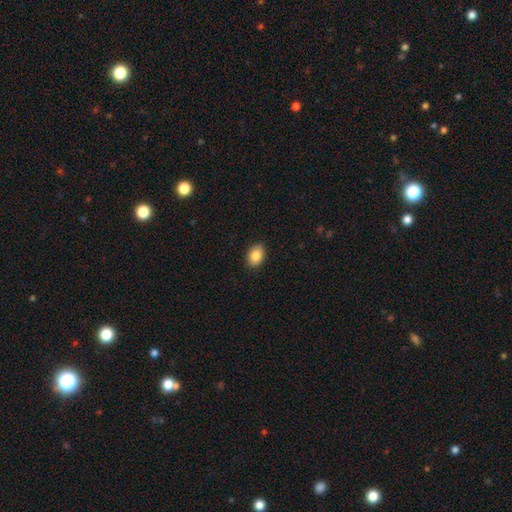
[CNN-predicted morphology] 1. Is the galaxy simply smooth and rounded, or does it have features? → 86% smooth, 8% star or artifact, 6% featured or disk.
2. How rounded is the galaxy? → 79% in between, 19% round, 1% cigar-shaped.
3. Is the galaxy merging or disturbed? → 89% none, 8% minor disturbance, 2% major disturbance, 1% merger.